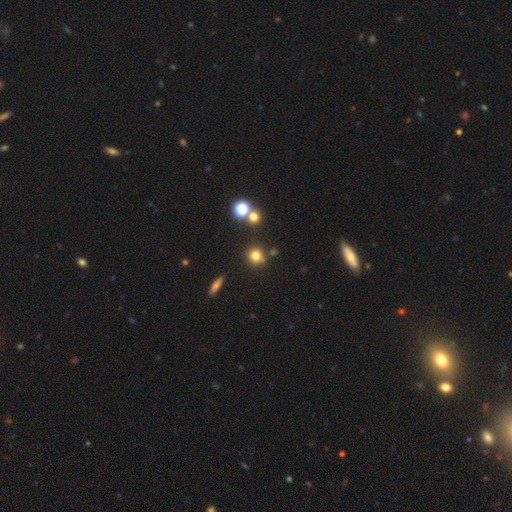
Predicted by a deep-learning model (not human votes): smooth_or_featured: smooth (p=0.76) [alt: star or artifact p=0.17]
how_rounded: round (p=0.87) [alt: in between p=0.12]
merging: none (p=0.76) [alt: minor disturbance p=0.11]